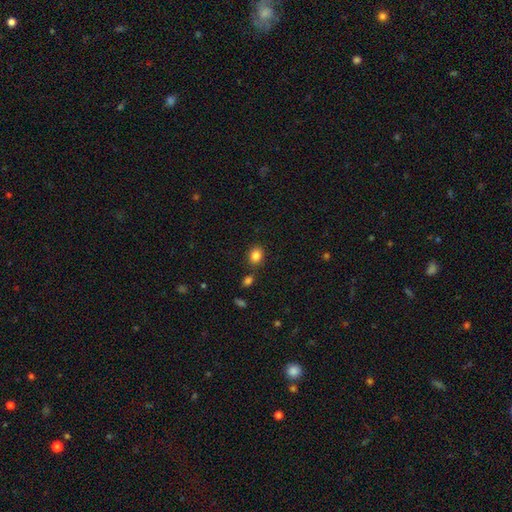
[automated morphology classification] type=smooth (85%); roundness=round (51%); merging=none (79%).